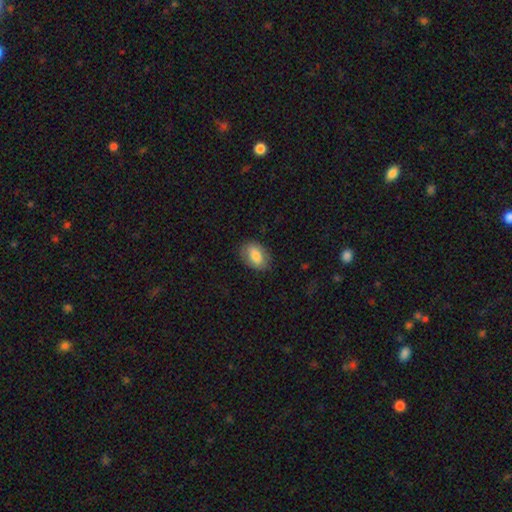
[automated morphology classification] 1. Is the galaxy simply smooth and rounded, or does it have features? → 79% smooth, 14% featured or disk, 7% star or artifact.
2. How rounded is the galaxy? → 87% in between, 11% round, 1% cigar-shaped.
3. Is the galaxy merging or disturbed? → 80% none, 15% minor disturbance, 4% major disturbance, 1% merger.